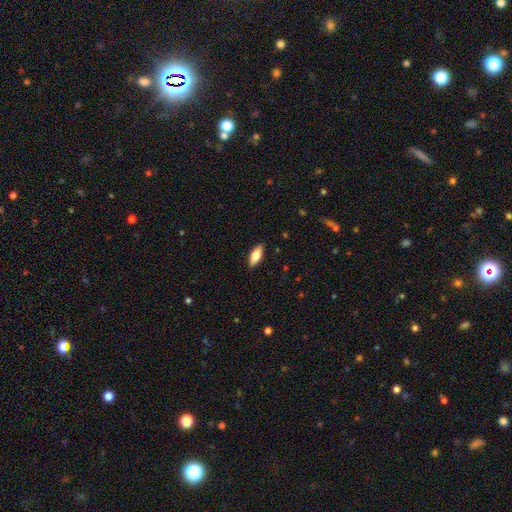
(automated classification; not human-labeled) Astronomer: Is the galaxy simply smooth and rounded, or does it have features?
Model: smooth — 73%.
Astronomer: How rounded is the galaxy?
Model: in between — 78%.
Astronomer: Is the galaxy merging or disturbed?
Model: none — 89%.